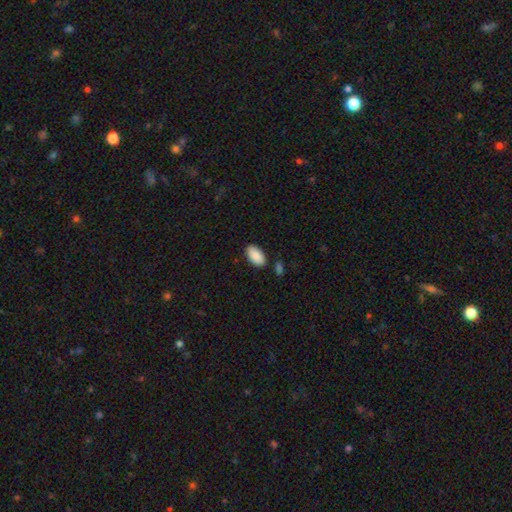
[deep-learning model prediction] A smooth galaxy with no disk features (90%) that is in between round and cigar-shaped (95%).

Vote fractions:
- Smooth or featured? smooth: 90% / star or artifact: 6% / featured or disk: 4%
- How rounded? in between: 95% / round: 3% / cigar-shaped: 2%
- Merging? none: 84% / minor disturbance: 10% / merger: 3% / major disturbance: 2%